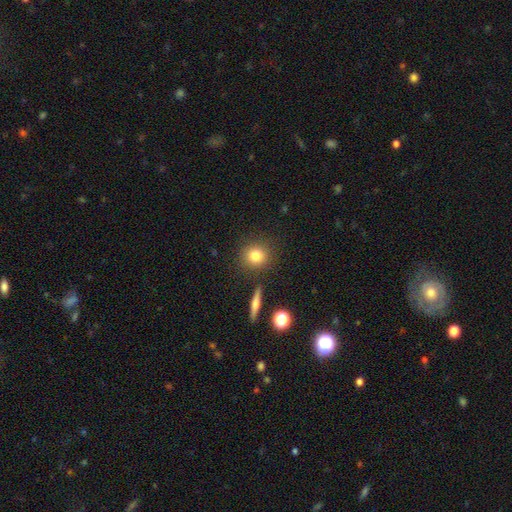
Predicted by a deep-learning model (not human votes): This appears to be a smooth galaxy with no disk features (80%) that is round (88%). Merging: none (86%).